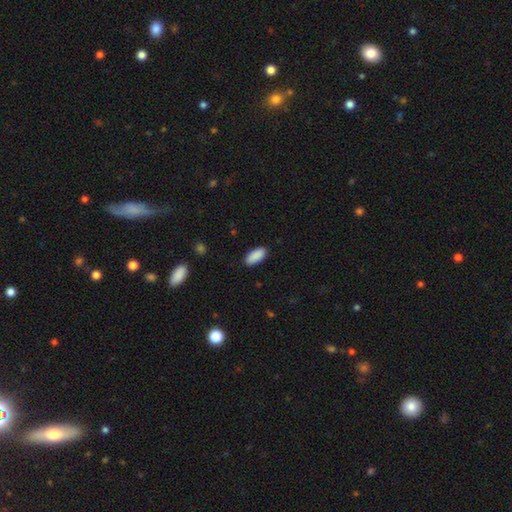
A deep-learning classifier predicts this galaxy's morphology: smooth-or-featured: smooth: 91% | star or artifact: 6% | featured or disk: 3%
  how-rounded: in between: 90% | cigar-shaped: 8% | round: 2%
  merging: none: 89% | minor disturbance: 8% | major disturbance: 2% | merger: 1%